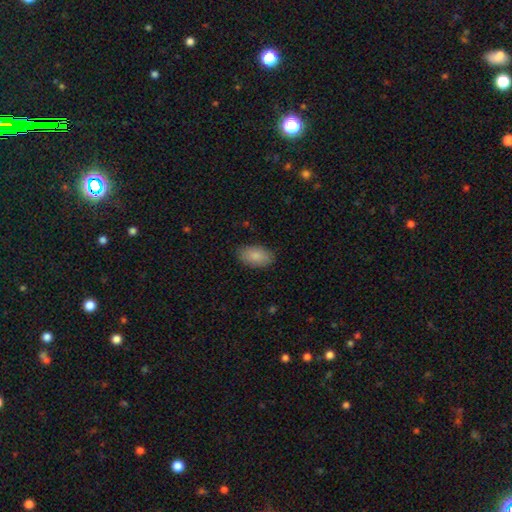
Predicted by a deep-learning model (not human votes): The model was most divided on "merging": none: 86%, minor disturbance: 11%, major disturbance: 3%, merger: 1%. More confident: how rounded — in between (94%); smooth or featured — smooth (86%).